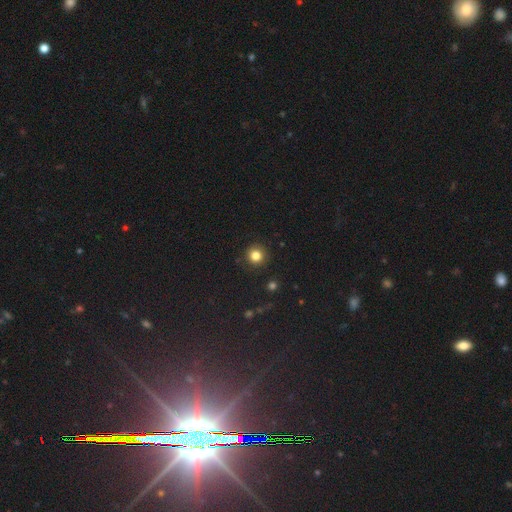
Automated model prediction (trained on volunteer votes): A smooth galaxy with no disk features (83%) that is round (94%). Merging: none (91%).